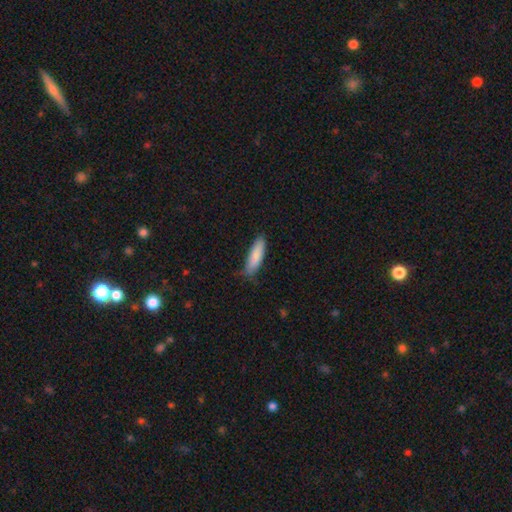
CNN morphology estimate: Smooth or featured? Predicted: smooth (p=0.85). How rounded? Predicted: cigar-shaped (p=0.54). Merging? Predicted: none (p=0.72).